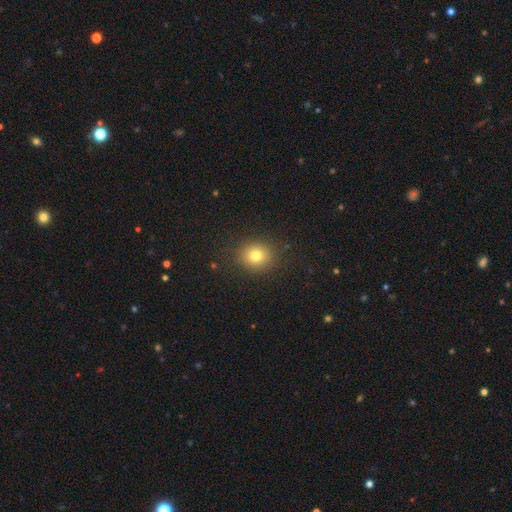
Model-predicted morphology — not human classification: Smooth or featured? smooth (79%)
How rounded? round (73%)
Merging? none (87%)